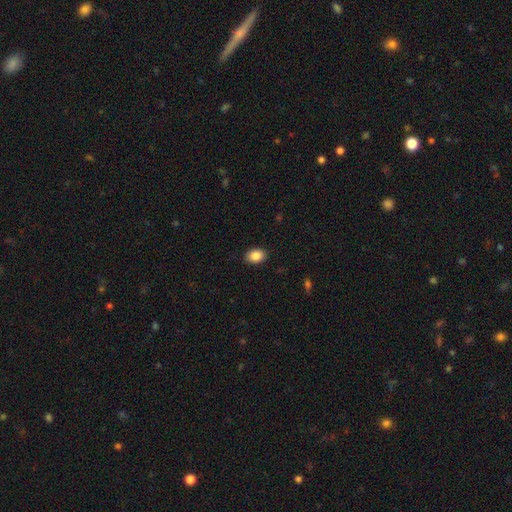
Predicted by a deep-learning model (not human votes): Q: Smooth or featured?
A: smooth (88%); runner-up: star or artifact (8%)
Q: How rounded?
A: in between (80%); runner-up: round (19%)
Q: Merging?
A: none (89%); runner-up: minor disturbance (8%)